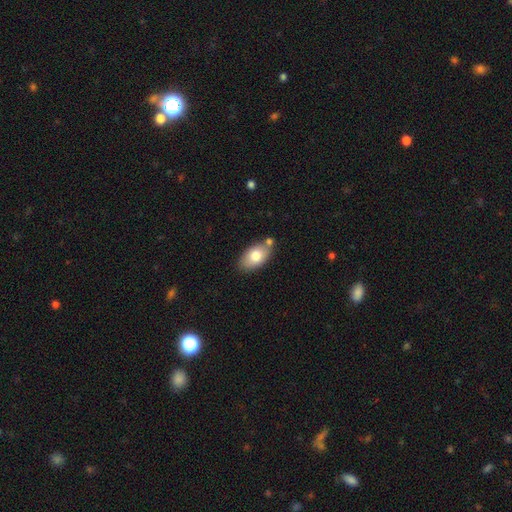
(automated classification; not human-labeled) Morphology: type=smooth (77%); roundness=in between (92%); merging=none (69%).